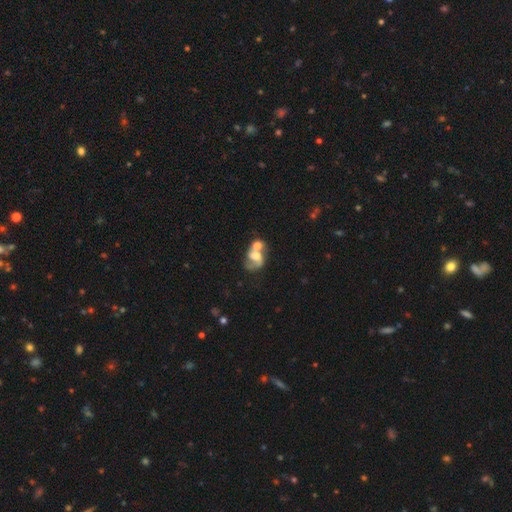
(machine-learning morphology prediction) This is possibly a featured or disk galaxy (52%). It is clearly not viewed edge-on (97%). Bar: likely no (64%). Spiral arm pattern: likely yes (63%). Central bulge: marginally moderate (32%). Merging: possibly merger (55%).